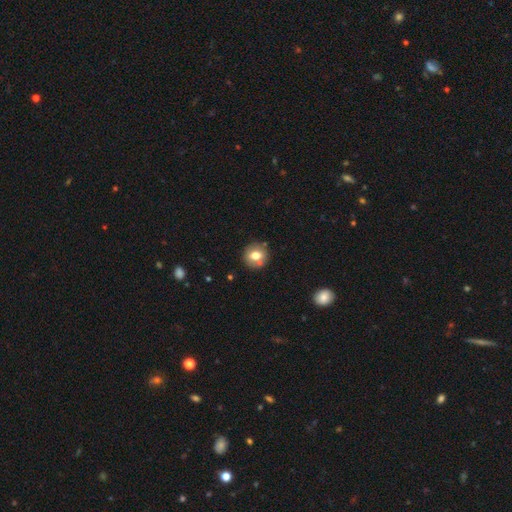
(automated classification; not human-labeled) This is likely a smooth galaxy (71%). How rounded: clearly round (87%). Merging: clearly none (82%).